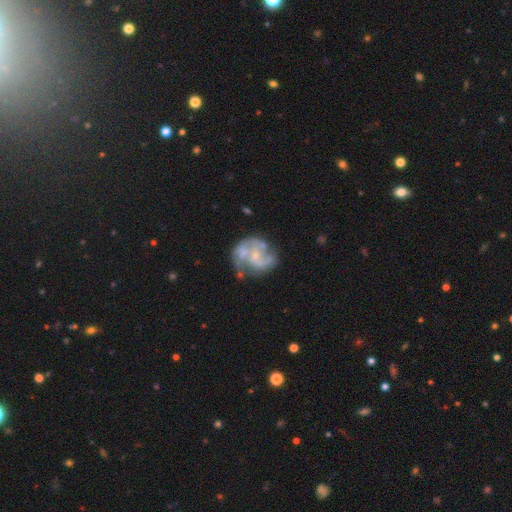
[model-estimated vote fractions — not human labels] smooth_or_featured: featured or disk (p=0.76) [alt: smooth p=0.17]
disk_edge_on: no (p=0.98) [alt: yes p=0.02]
bar: no (p=0.69) [alt: weak p=0.26]
has_spiral_arms: yes (p=0.73) [alt: no p=0.27]
spiral_winding: medium (p=0.45) [alt: tight p=0.29]
spiral_arm_count: 2 (p=0.43) [alt: can't tell p=0.25]
bulge_size: small (p=0.62) [alt: moderate p=0.25]
merging: none (p=0.47) [alt: minor disturbance p=0.22]